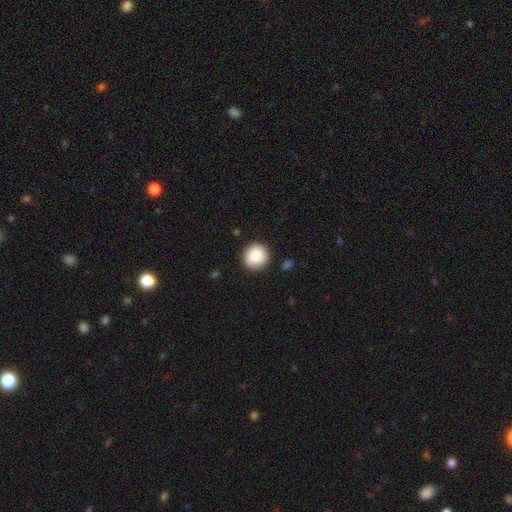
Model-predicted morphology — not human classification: type=smooth (87%); roundness=round (93%); merging=none (88%).